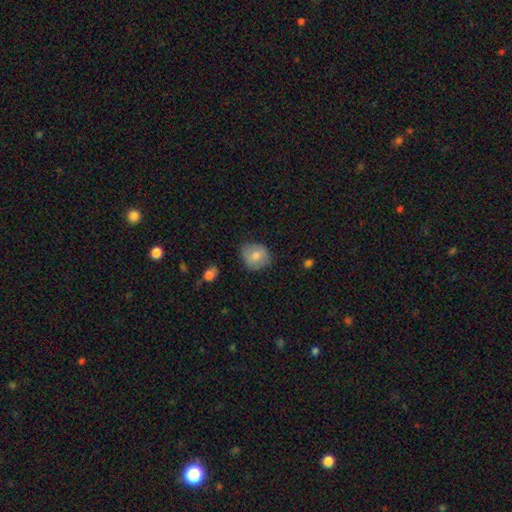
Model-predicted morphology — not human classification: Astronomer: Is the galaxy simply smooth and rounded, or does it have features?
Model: smooth — 78%.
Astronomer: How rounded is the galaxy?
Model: round — 76%.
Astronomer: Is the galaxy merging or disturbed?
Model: none — 72%.